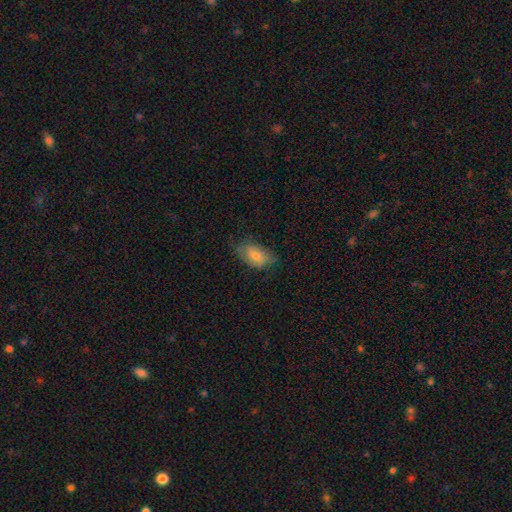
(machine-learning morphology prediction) Smooth or featured? Predicted: smooth (p=0.59). How rounded? Predicted: in between (p=0.90). Merging? Predicted: none (p=0.60).